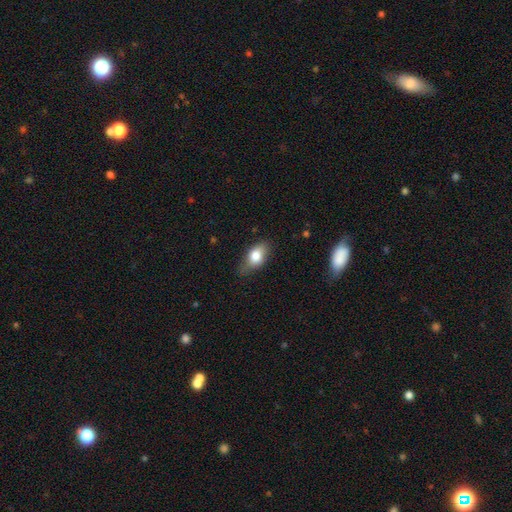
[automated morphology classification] smooth 76%, featured or disk 16%, star or artifact 8%. Down the decision tree: how rounded — in between (86%); merging — none (70%).